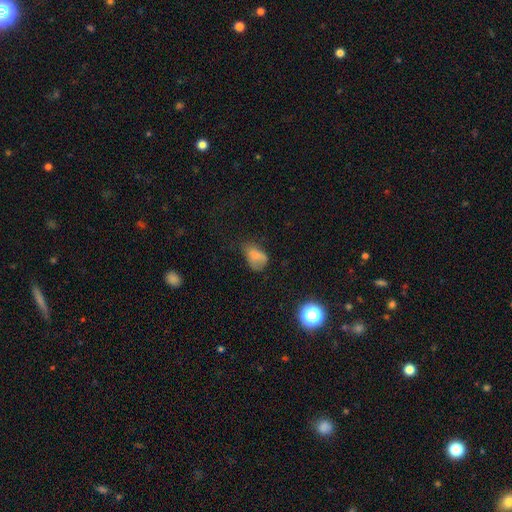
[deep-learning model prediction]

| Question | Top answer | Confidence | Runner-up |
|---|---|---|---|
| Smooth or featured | smooth | 74% | star or artifact (14%) |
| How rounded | in between | 85% | round (13%) |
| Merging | minor disturbance | 36% | none (35%) |